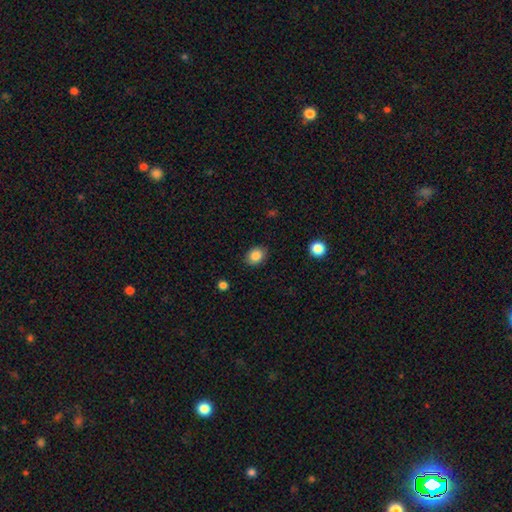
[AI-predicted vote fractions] Morphology: type=smooth (85%); roundness=in between (58%); merging=none (87%).